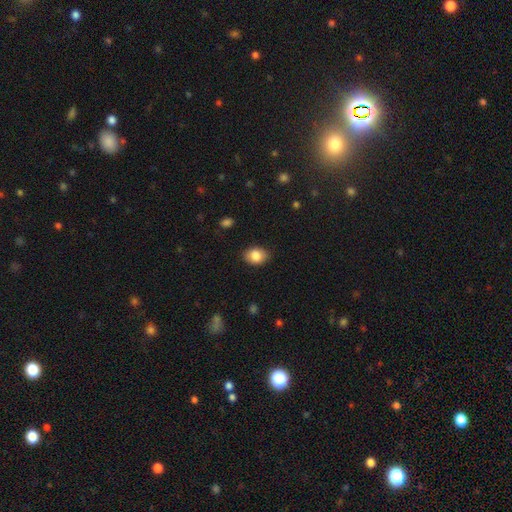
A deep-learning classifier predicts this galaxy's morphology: Smooth or featured?
  - smooth: 85% *
  - star or artifact: 8%
  - featured or disk: 7%
How rounded?
  - in between: 70% *
  - round: 29%
  - cigar-shaped: 1%
Merging?
  - none: 85% *
  - minor disturbance: 12%
  - major disturbance: 2%
  - merger: 1%